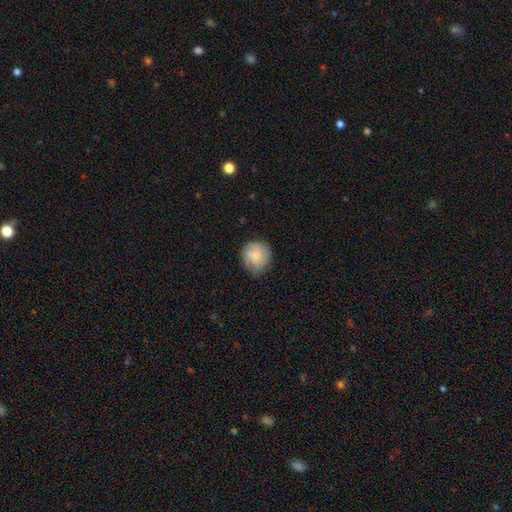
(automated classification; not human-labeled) The model was most divided on "smooth or featured": smooth: 57%, featured or disk: 36%, star or artifact: 7%. More confident: how rounded — round (84%); merging — none (75%).